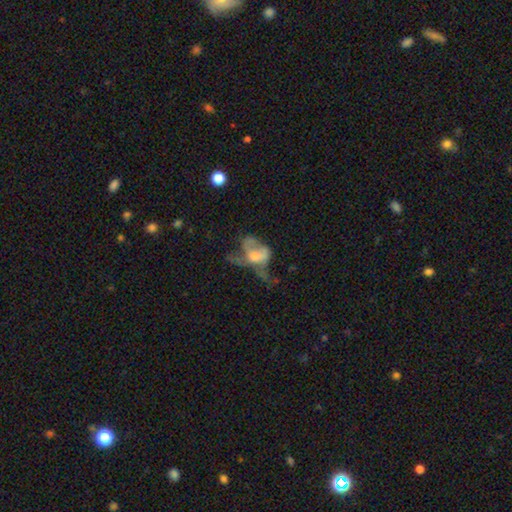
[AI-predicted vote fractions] A featured or disk galaxy (48%). Merging: major disturbance (55%).